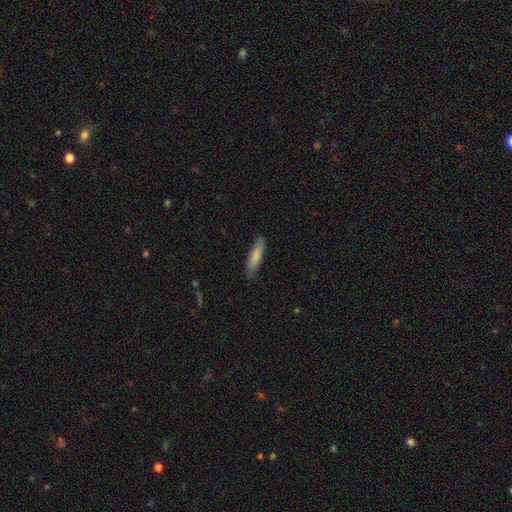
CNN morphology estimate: Smooth or featured?
  - smooth: 81% *
  - featured or disk: 13%
  - star or artifact: 6%
How rounded?
  - cigar-shaped: 74% *
  - in between: 25%
  - round: 1%
Merging?
  - none: 82% *
  - minor disturbance: 15%
  - major disturbance: 2%
  - merger: 1%